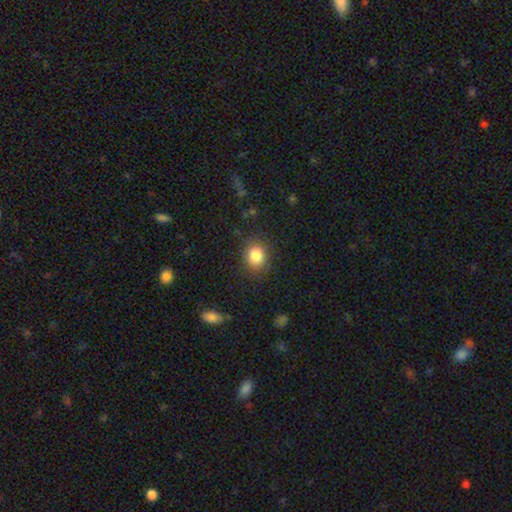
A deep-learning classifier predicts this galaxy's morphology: type=smooth (85%); roundness=round (65%); merging=none (84%).